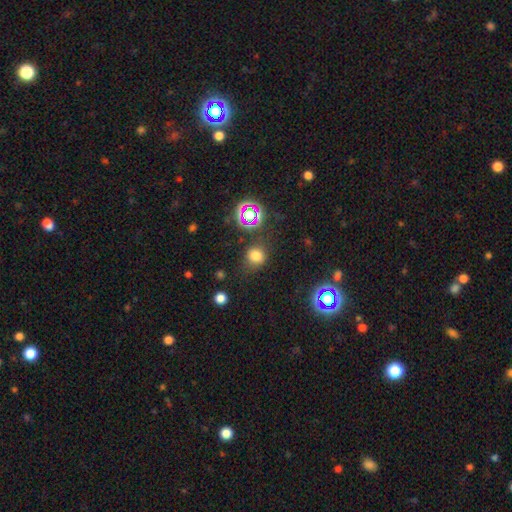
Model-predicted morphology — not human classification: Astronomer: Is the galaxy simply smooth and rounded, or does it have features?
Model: smooth — 71%.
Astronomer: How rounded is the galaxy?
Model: round — 75%.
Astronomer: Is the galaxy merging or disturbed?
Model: none — 73%.